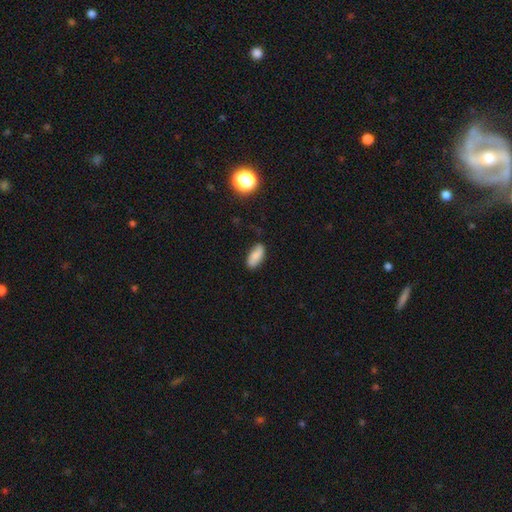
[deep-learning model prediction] The model was most divided on "merging": none: 76%, minor disturbance: 19%, major disturbance: 4%, merger: 2%. More confident: how rounded — in between (86%); smooth or featured — smooth (77%).